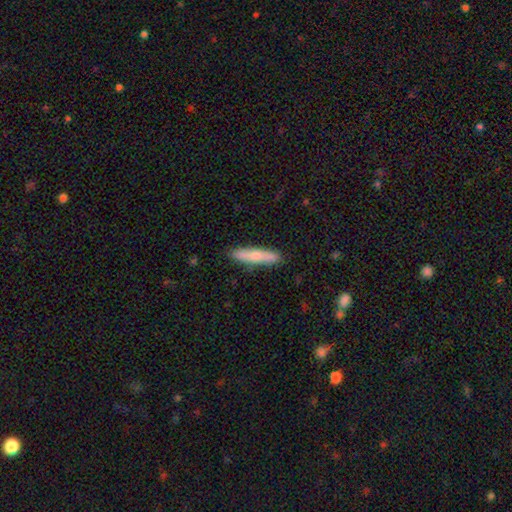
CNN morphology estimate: Smooth or featured: smooth — 68% (featured or disk — 27%)
How rounded: cigar-shaped — 88% (in between — 10%)
Merging: none — 88% (minor disturbance — 9%)